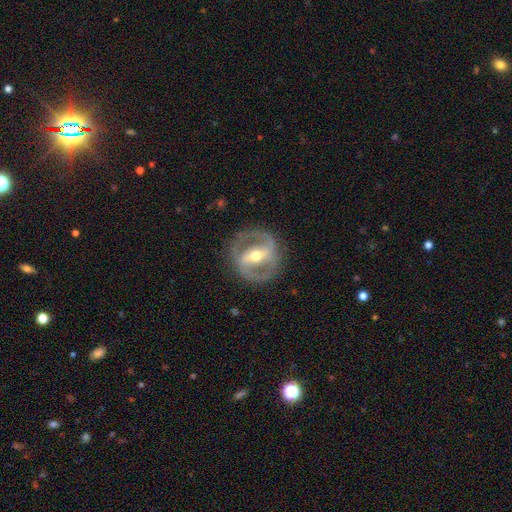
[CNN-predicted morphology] smooth-or-featured: featured or disk: 85% | smooth: 10% | star or artifact: 5%
  disk-edge-on: no: 95% | yes: 5%
    bar: strong: 61% | weak: 28% | no: 12%
    has-spiral-arms: yes: 81% | no: 19%
      spiral-winding: medium: 50% | tight: 35% | loose: 16%
      spiral-arm-count: 2: 88% | can't tell: 6% | 1: 3% | 3: 2% | 4: 1% | more than 4: 1%
    bulge-size: moderate: 69% | small: 25% | large: 4% | none: 1% | dominant: 1%
  merging: none: 83% | minor disturbance: 10% | major disturbance: 5% | merger: 1%